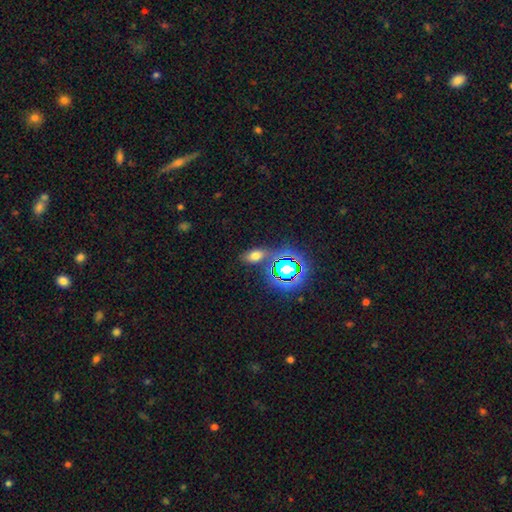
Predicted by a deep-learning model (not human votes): smooth-or-featured: smooth: 62% | star or artifact: 28% | featured or disk: 10%
  how-rounded: in between: 83% | round: 12% | cigar-shaped: 5%
  merging: none: 73% | minor disturbance: 14% | merger: 8% | major disturbance: 5%